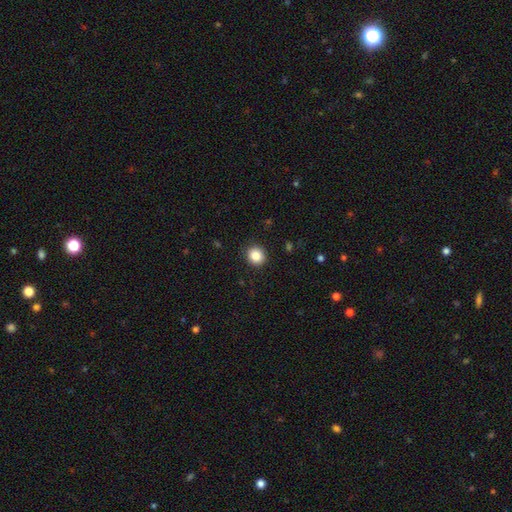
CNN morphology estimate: Smooth or featured? smooth (86%)
How rounded? round (83%)
Merging? none (91%)